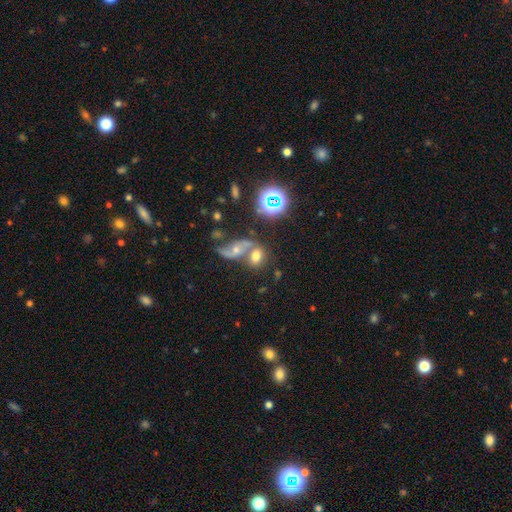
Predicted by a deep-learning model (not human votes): A smooth galaxy with no disk features (58%) that is in between round and cigar-shaped (67%).

Vote fractions:
- Smooth or featured? smooth: 58% / featured or disk: 24% / star or artifact: 19%
- How rounded? in between: 67% / round: 30% / cigar-shaped: 3%
- Merging? merger: 49% / none: 35% / minor disturbance: 10% / major disturbance: 6%